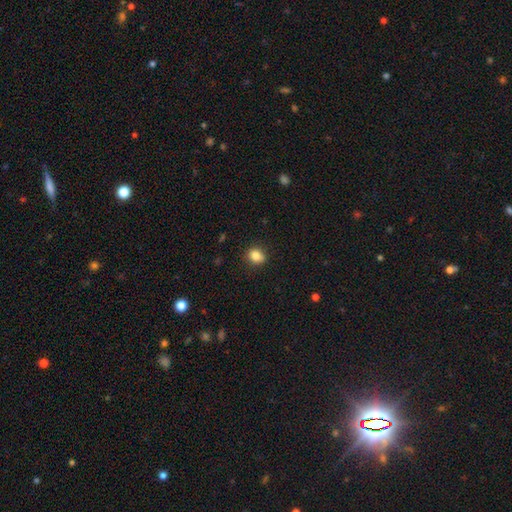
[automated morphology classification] smooth-or-featured: smooth: 83% | star or artifact: 10% | featured or disk: 6%
  how-rounded: round: 64% | in between: 35% | cigar-shaped: 1%
  merging: none: 82% | minor disturbance: 13% | major disturbance: 3% | merger: 2%